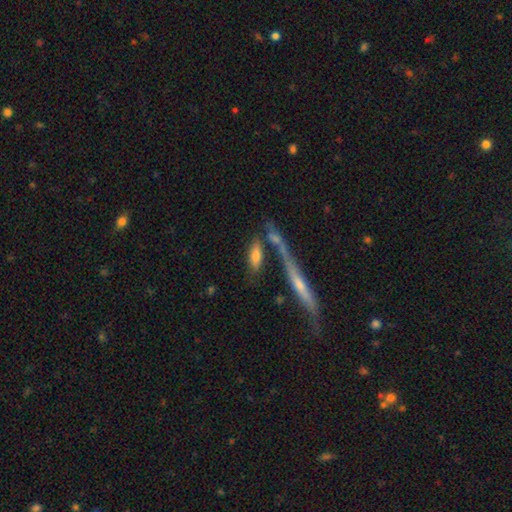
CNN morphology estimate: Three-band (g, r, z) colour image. It shows a smooth galaxy with no disk features (71%) that is in between round and cigar-shaped (55%). Merging: none (53%).